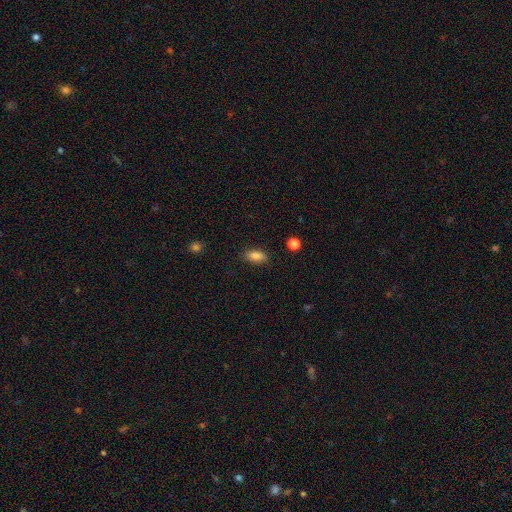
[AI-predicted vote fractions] A smooth galaxy with no disk features (85%) that is in between round and cigar-shaped (82%). Merging: none (85%).